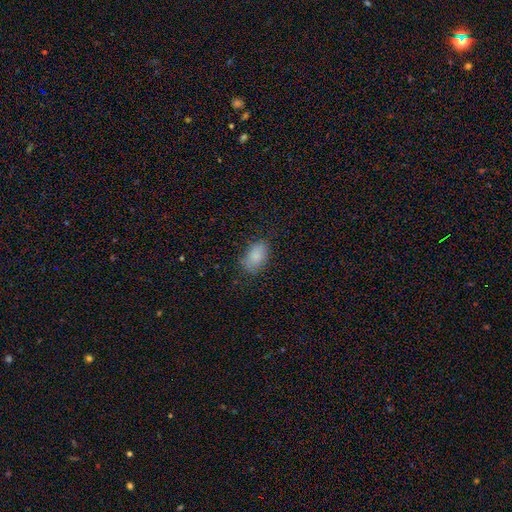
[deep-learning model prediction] This is clearly a smooth galaxy (85%). How rounded: clearly in between (90%). Merging: likely none (76%).